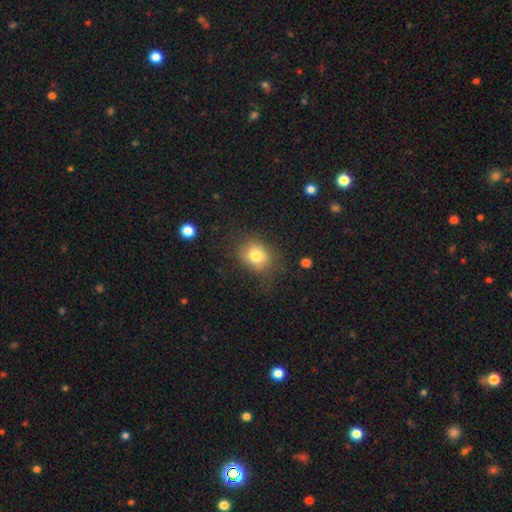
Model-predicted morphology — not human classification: smooth 78%, star or artifact 11%, featured or disk 11%. Down the decision tree: how rounded — round (58%); merging — none (71%).